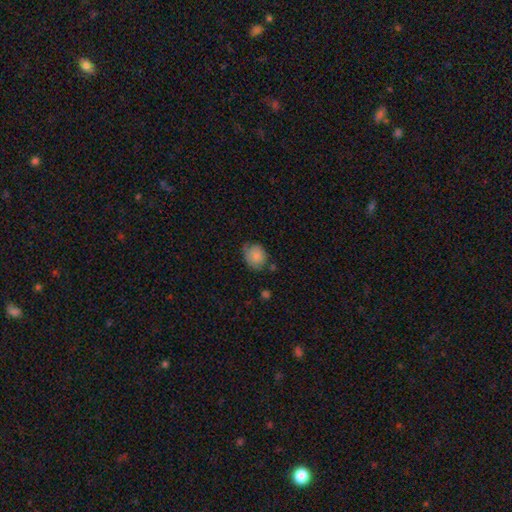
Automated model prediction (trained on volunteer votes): Q: Smooth or featured?
A: smooth (83%); runner-up: featured or disk (9%)
Q: How rounded?
A: round (58%); runner-up: in between (42%)
Q: Merging?
A: none (56%); runner-up: minor disturbance (32%)